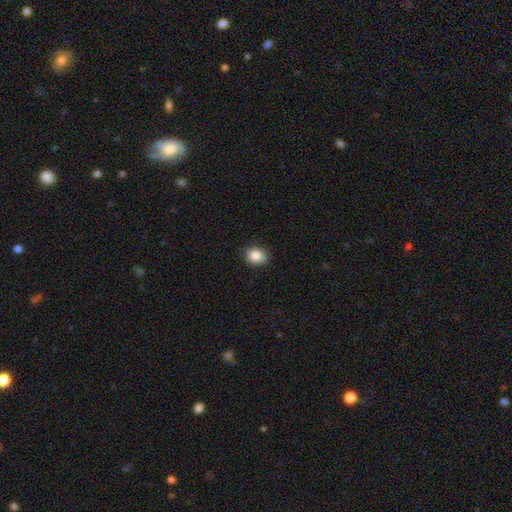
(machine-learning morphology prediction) smooth-or-featured: smooth: 86% | star or artifact: 9% | featured or disk: 5%
  how-rounded: round: 58% | in between: 41% | cigar-shaped: 1%
  merging: none: 89% | minor disturbance: 8% | major disturbance: 2% | merger: 1%